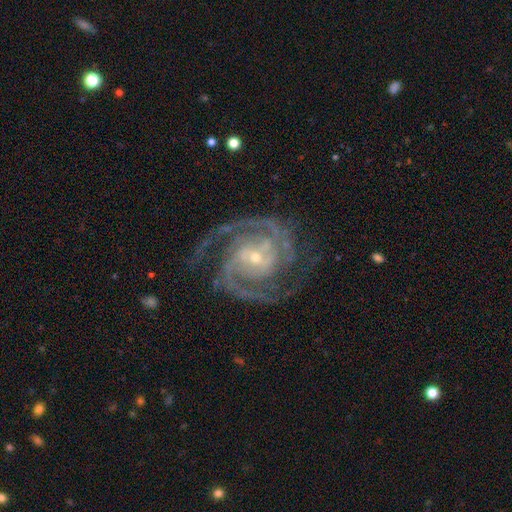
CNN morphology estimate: type=featured or disk (93%); edge-on=no (98%); bar=no (43%); spiral arms=yes (99%); winding=tight (53%); arm count=2 (62%); bulge=small (74%); merging=none (76%).